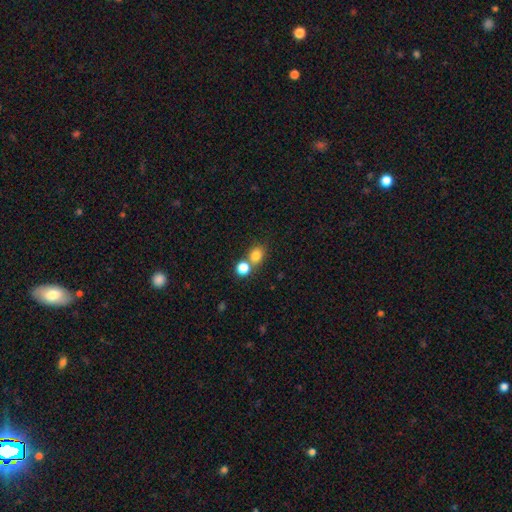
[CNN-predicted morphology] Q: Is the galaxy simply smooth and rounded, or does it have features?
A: smooth — 80%.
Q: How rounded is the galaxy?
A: round — 66%.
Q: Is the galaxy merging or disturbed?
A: none — 55%.